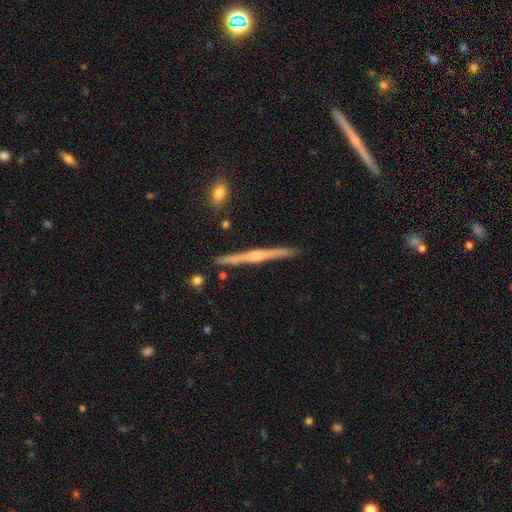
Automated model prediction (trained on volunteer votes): The model was most divided on "edge-on bulge": rounded: 69%, none: 21%, boxy: 10%. More confident: edge-on disk — yes (98%); merging — none (90%); smooth or featured — featured or disk (77%).